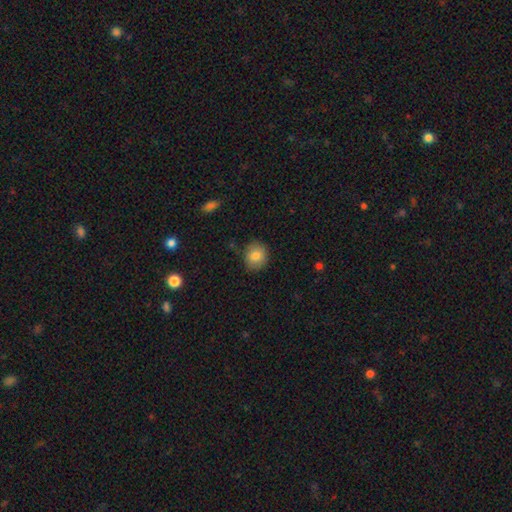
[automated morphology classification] smooth_or_featured: smooth (p=0.81) [alt: featured or disk p=0.10]
how_rounded: round (p=0.77) [alt: in between p=0.22]
merging: none (p=0.85) [alt: minor disturbance p=0.11]